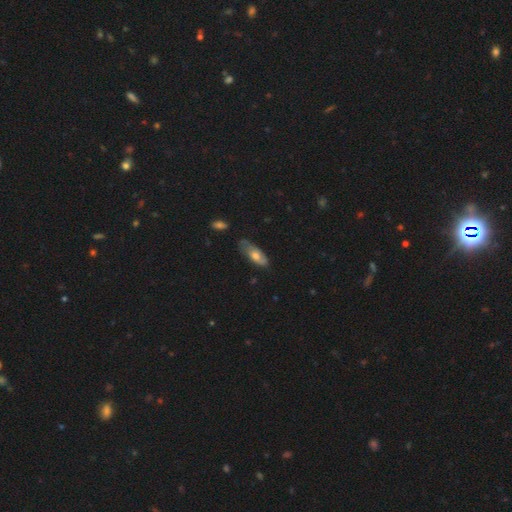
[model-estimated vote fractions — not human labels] Overall: smooth (56%; featured or disk 37%). How rounded: in between (76%). Merging: none (61%; minor disturbance 30%).